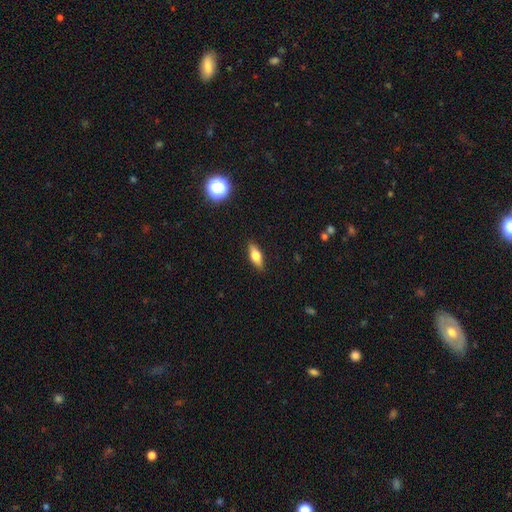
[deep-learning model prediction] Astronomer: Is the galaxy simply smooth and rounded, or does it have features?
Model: smooth — 66%.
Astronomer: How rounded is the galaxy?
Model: in between — 69%.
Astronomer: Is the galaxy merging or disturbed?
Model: none — 88%.